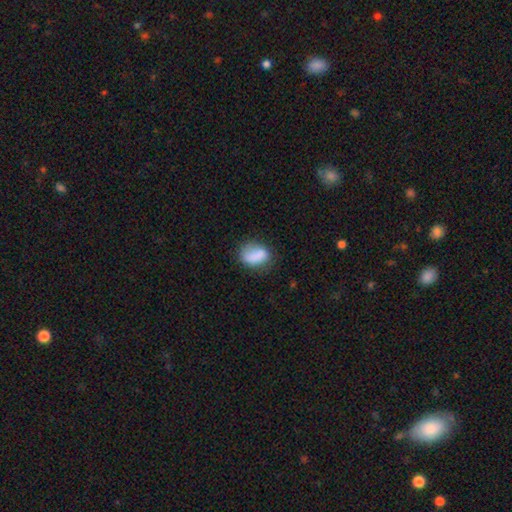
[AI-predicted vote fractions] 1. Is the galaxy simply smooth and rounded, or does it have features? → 82% smooth, 9% featured or disk, 9% star or artifact.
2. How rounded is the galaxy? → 76% in between, 21% round, 2% cigar-shaped.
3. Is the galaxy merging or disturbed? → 59% none, 27% minor disturbance, 11% major disturbance, 3% merger.